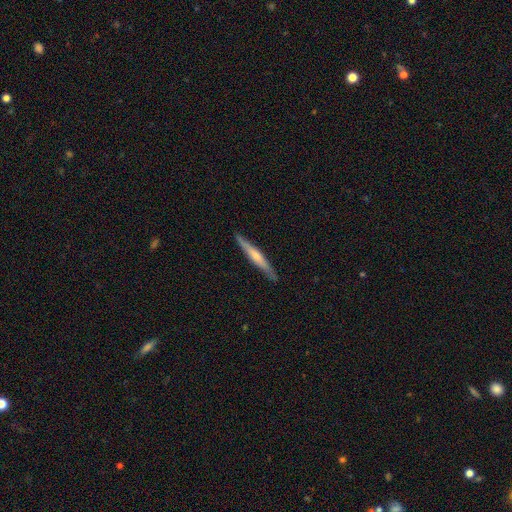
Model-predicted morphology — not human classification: Smooth or featured? featured or disk (51%)
Edge-on disk? yes (95%)
Merging? none (88%)